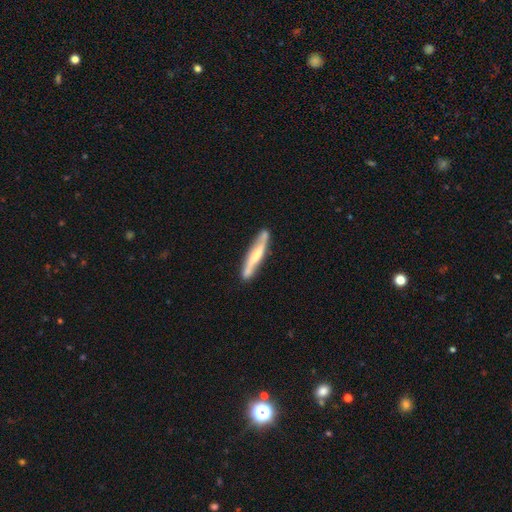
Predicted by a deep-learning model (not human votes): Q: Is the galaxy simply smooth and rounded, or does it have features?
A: featured or disk — 57%.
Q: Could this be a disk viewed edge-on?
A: yes — 69%.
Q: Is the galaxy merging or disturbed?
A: none — 78%.